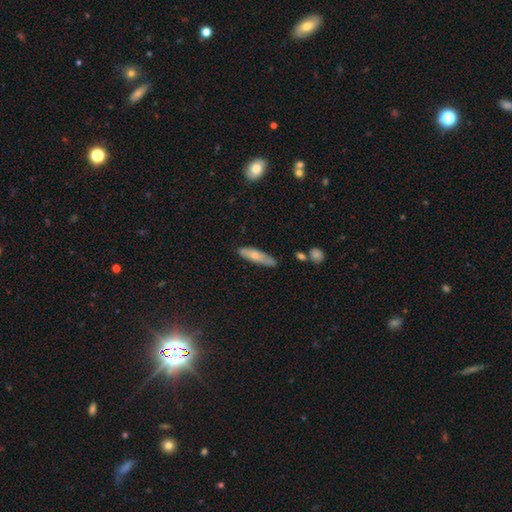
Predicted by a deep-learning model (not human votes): Smooth or featured? smooth (69%)
How rounded? cigar-shaped (65%)
Merging? none (76%)